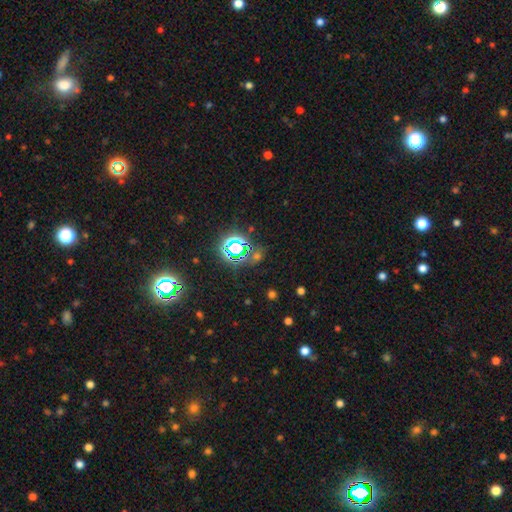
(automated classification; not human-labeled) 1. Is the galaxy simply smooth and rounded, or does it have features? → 72% star or artifact, 20% smooth, 8% featured or disk.